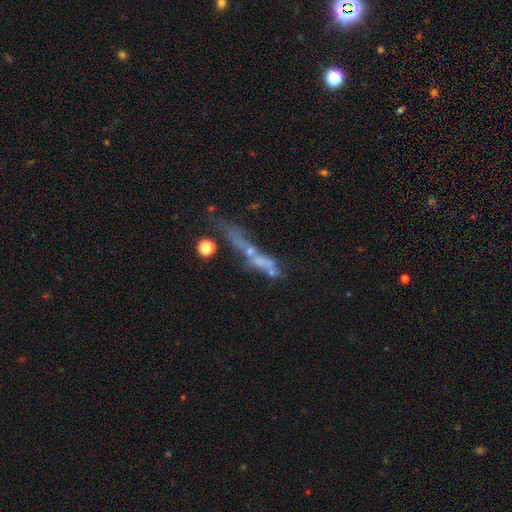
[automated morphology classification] Smooth or featured?
  - featured or disk: 44% *
  - smooth: 32%
  - star or artifact: 24%
Merging?
  - none: 41% *
  - merger: 27%
  - major disturbance: 18%
  - minor disturbance: 14%